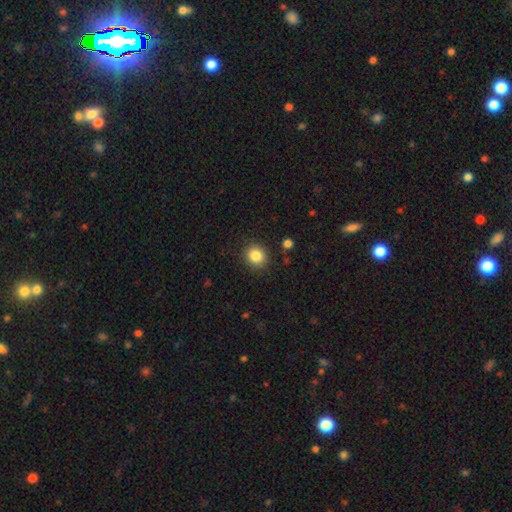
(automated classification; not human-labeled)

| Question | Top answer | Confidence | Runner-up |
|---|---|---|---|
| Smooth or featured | smooth | 85% | star or artifact (10%) |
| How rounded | round | 83% | in between (16%) |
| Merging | none | 89% | minor disturbance (7%) |